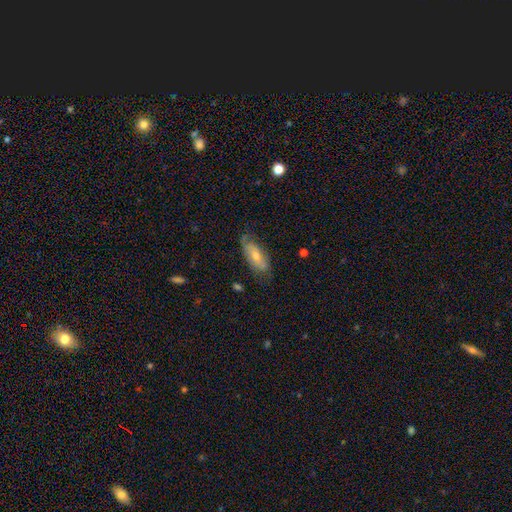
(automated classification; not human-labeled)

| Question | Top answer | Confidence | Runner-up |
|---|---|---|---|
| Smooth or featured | smooth | 46% | featured or disk (45%) |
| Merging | none | 68% | minor disturbance (24%) |